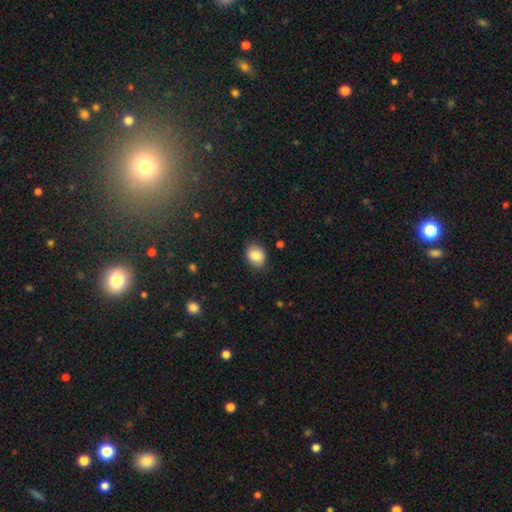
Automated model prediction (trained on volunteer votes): The model was most divided on "how rounded": in between: 54%, round: 45%, cigar-shaped: 1%. More confident: merging — none (85%); smooth or featured — smooth (85%).